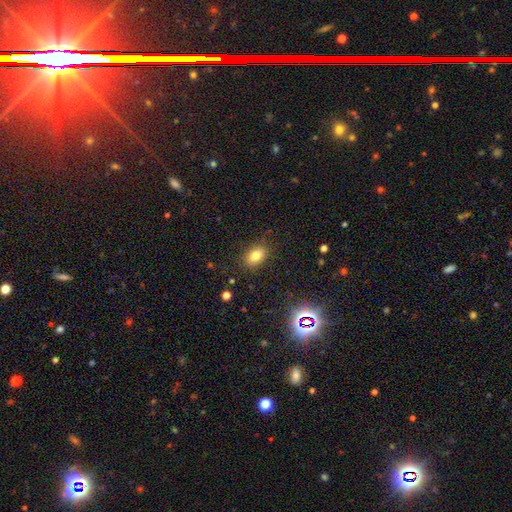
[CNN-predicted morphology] Smooth or featured?
  - smooth: 78% *
  - star or artifact: 12%
  - featured or disk: 10%
How rounded?
  - in between: 84% *
  - round: 14%
  - cigar-shaped: 2%
Merging?
  - none: 85% *
  - minor disturbance: 11%
  - major disturbance: 3%
  - merger: 1%